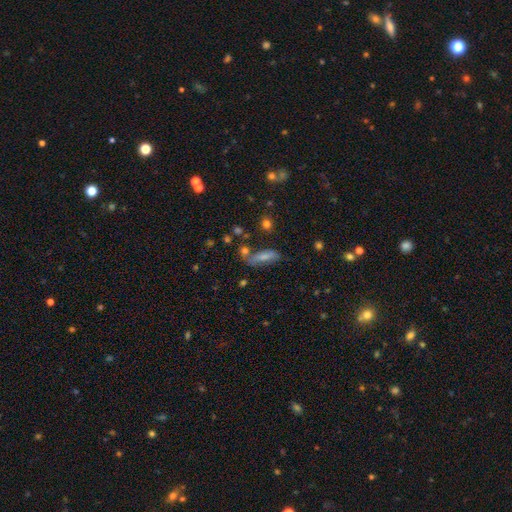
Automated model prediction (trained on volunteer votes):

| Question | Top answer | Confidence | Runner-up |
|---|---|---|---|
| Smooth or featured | smooth | 43% | featured or disk (29%) |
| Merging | none | 57% | minor disturbance (17%) |